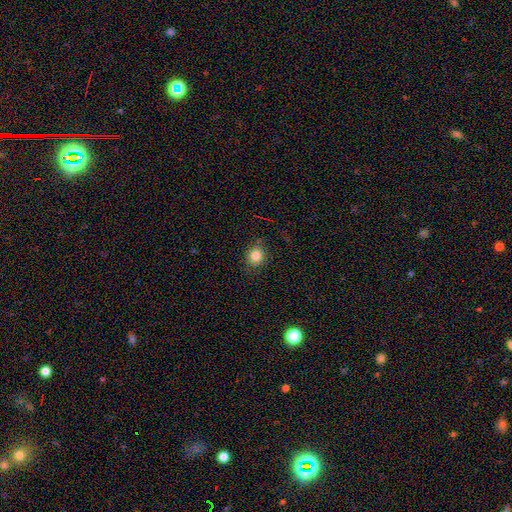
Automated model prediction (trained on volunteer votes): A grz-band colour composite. It shows a smooth galaxy with no disk features (83%) that is round (80%). Merging: none (84%).